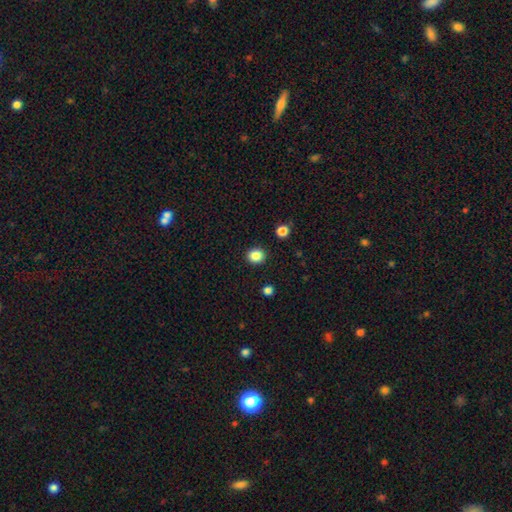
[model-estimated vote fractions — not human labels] smooth_or_featured: smooth (p=0.86) [alt: star or artifact p=0.11]
how_rounded: round (p=0.84) [alt: in between p=0.16]
merging: none (p=0.91) [alt: minor disturbance p=0.06]